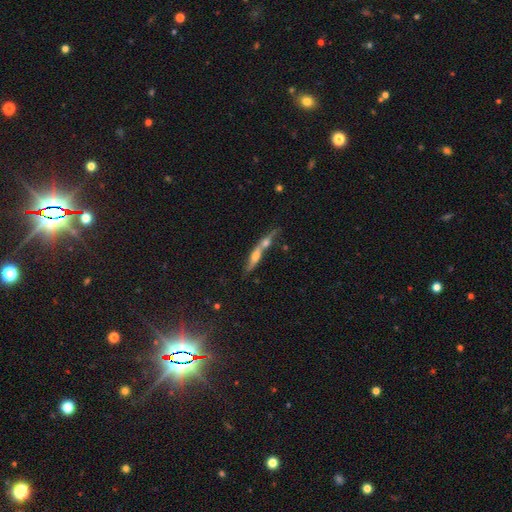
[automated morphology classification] This is possibly a featured or disk galaxy (53%). It is likely viewed edge-on (75%). Merging: possibly merger (57%).